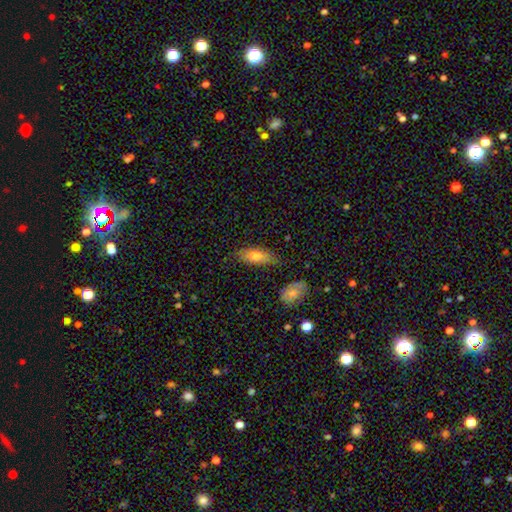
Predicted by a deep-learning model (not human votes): Smooth or featured?
  - smooth: 72% *
  - featured or disk: 21%
  - star or artifact: 7%
How rounded?
  - in between: 72% *
  - cigar-shaped: 25%
  - round: 3%
Merging?
  - none: 74% *
  - minor disturbance: 19%
  - major disturbance: 4%
  - merger: 3%